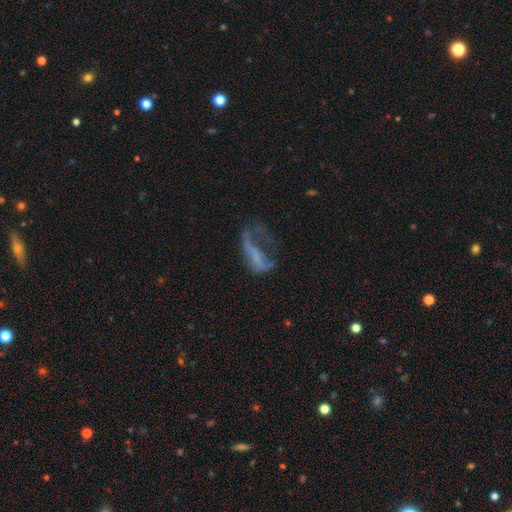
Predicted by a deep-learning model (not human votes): Q: Smooth or featured?
A: featured or disk (51%); runner-up: smooth (33%)
Q: Edge-on disk?
A: no (91%); runner-up: yes (9%)
Q: Merging?
A: major disturbance (59%); runner-up: none (21%)